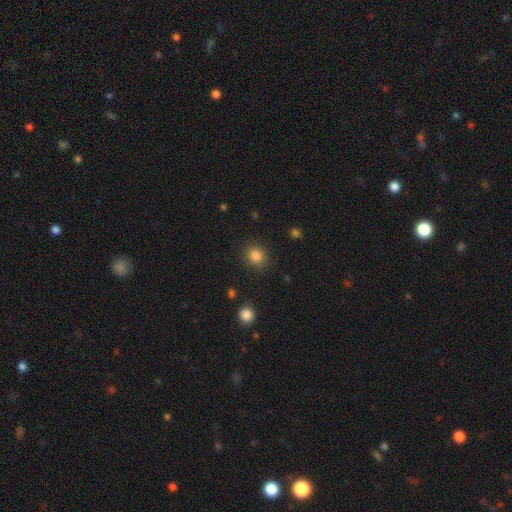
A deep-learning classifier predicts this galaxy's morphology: Smooth or featured? Predicted: smooth (p=0.85). How rounded? Predicted: round (p=0.80). Merging? Predicted: none (p=0.87).